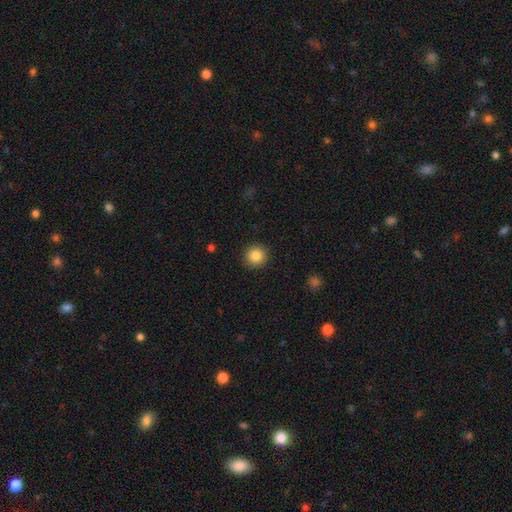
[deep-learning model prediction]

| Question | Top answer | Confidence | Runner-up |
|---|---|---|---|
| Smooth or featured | smooth | 86% | star or artifact (9%) |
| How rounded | round | 94% | in between (5%) |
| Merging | none | 91% | minor disturbance (6%) |